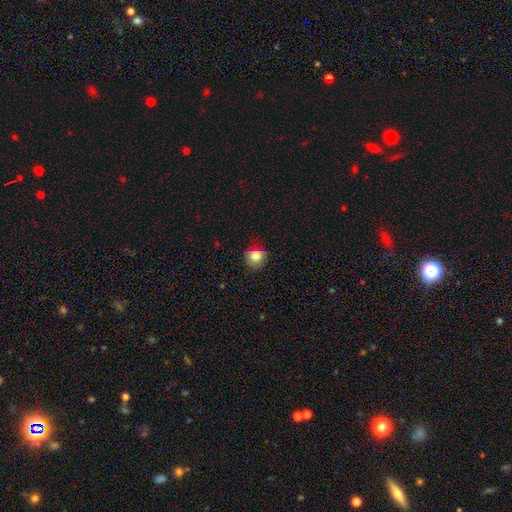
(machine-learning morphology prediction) The model was most divided on "smooth or featured": smooth: 78%, star or artifact: 13%, featured or disk: 9%. More confident: how rounded — round (83%); merging — none (82%).